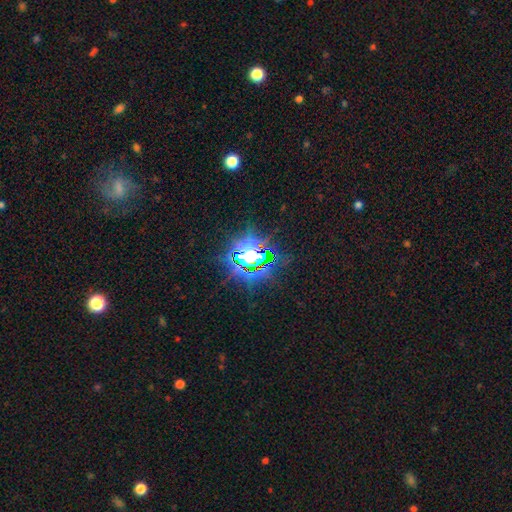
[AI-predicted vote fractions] smooth_or_featured: star or artifact (p=0.73) [alt: smooth p=0.16]